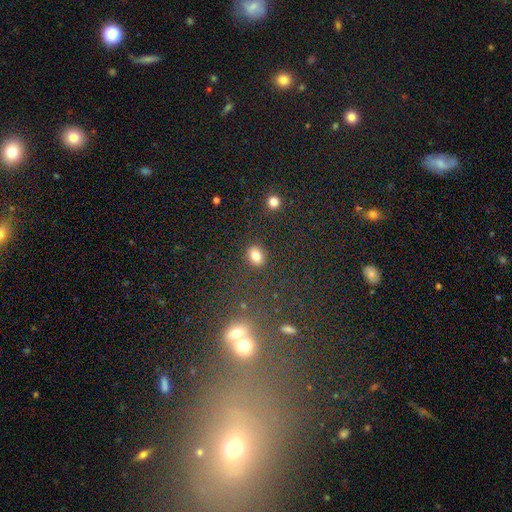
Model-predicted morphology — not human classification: A smooth galaxy with no disk features (81%) that is in between round and cigar-shaped (61%).

Vote fractions:
- Smooth or featured? smooth: 81% / star or artifact: 12% / featured or disk: 7%
- How rounded? in between: 61% / round: 38% / cigar-shaped: 1%
- Merging? none: 86% / minor disturbance: 9% / major disturbance: 3% / merger: 2%